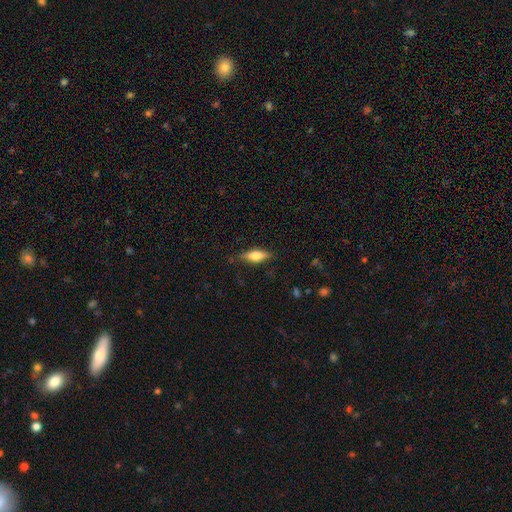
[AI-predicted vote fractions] The model was most divided on "how rounded": in between: 56%, cigar-shaped: 41%, round: 3%. More confident: merging — none (82%); smooth or featured — smooth (61%).